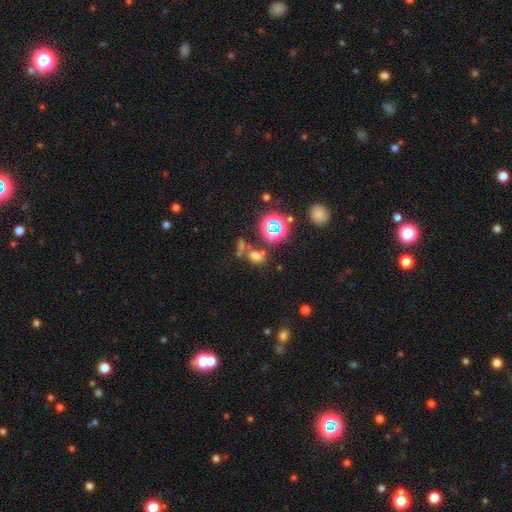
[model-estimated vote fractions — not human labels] smooth_or_featured: smooth (p=0.57) [alt: star or artifact p=0.34]
how_rounded: in between (p=0.67) [alt: round p=0.30]
merging: none (p=0.55) [alt: merger p=0.24]